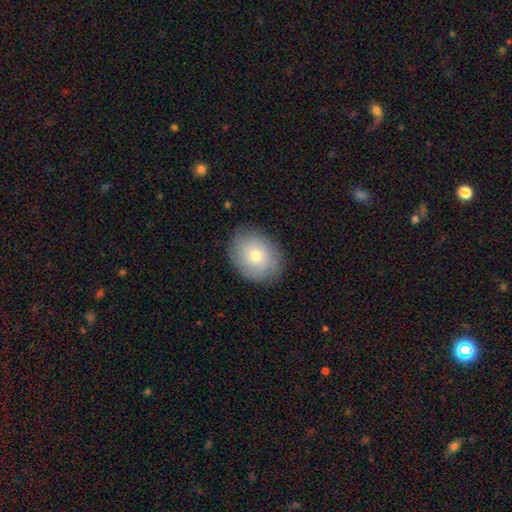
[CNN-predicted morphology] Smooth or featured? Predicted: smooth (p=0.73). How rounded? Predicted: in between (p=0.53). Merging? Predicted: none (p=0.85).